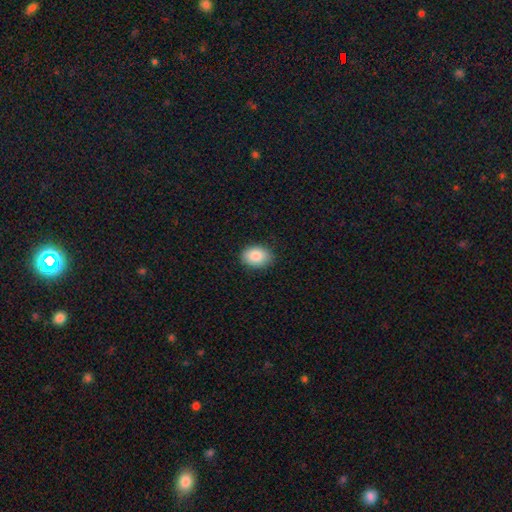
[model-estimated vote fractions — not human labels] smooth 87%, star or artifact 7%, featured or disk 5%. Down the decision tree: how rounded — in between (75%); merging — none (86%).